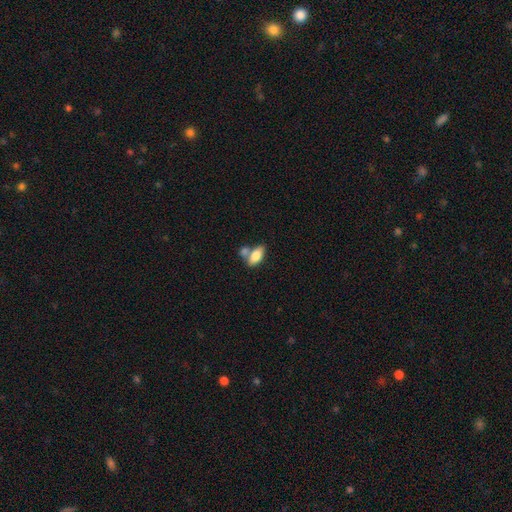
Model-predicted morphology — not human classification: Overall: smooth (78%). How rounded: in between (88%). Merging: none (43%; merger 39%).